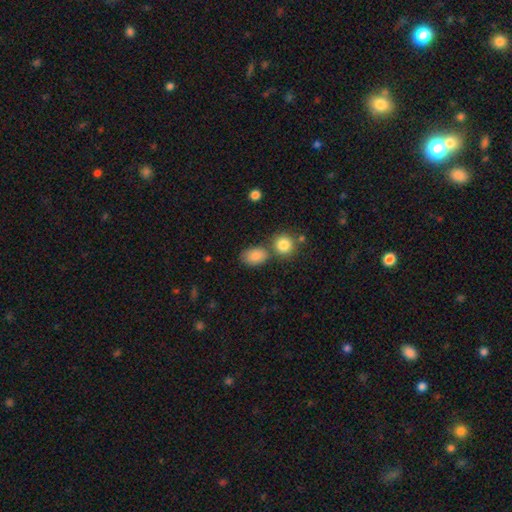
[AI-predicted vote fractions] Q: Smooth or featured?
A: smooth (85%); runner-up: star or artifact (9%)
Q: How rounded?
A: in between (76%); runner-up: round (23%)
Q: Merging?
A: none (63%); runner-up: merger (18%)